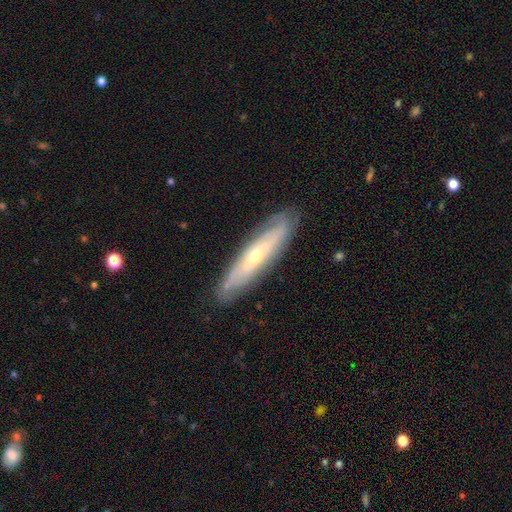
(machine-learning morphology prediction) A featured or disk galaxy (67%) viewed edge-on (50%, tied with no).

Vote fractions:
- Smooth or featured? featured or disk: 67% / smooth: 26% / star or artifact: 7%
- Edge-on disk? yes: 50% (tied) / no: 50% (tied)
- Merging? none: 83% / minor disturbance: 12% / major disturbance: 3% / merger: 1%